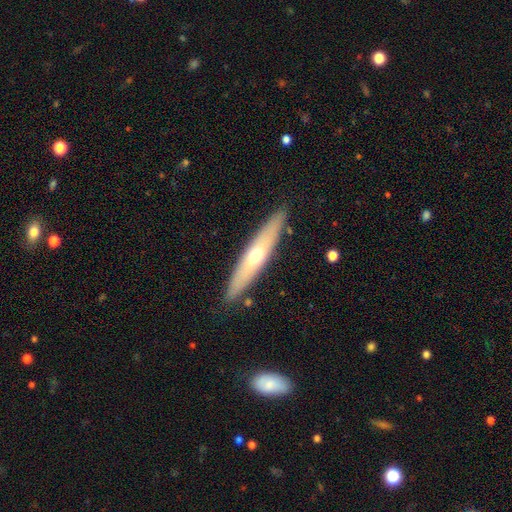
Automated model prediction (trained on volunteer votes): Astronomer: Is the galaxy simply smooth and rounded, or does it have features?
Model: featured or disk — 49% (runner-up: smooth, 46%).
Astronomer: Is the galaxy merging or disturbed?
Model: none — 88%.